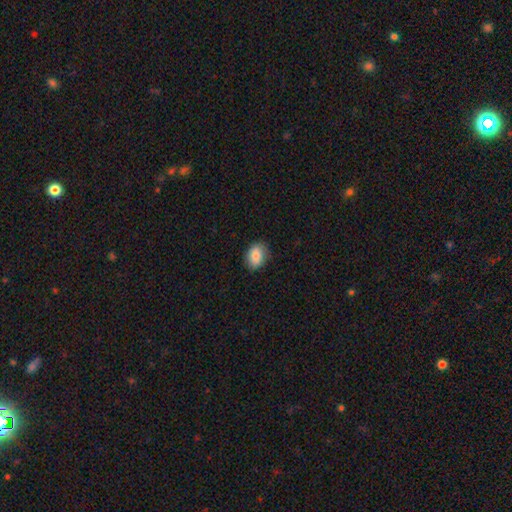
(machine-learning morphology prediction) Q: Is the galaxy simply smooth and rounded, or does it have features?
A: smooth — 86%.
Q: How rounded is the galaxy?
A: in between — 73%.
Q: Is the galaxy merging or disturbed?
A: none — 84%.